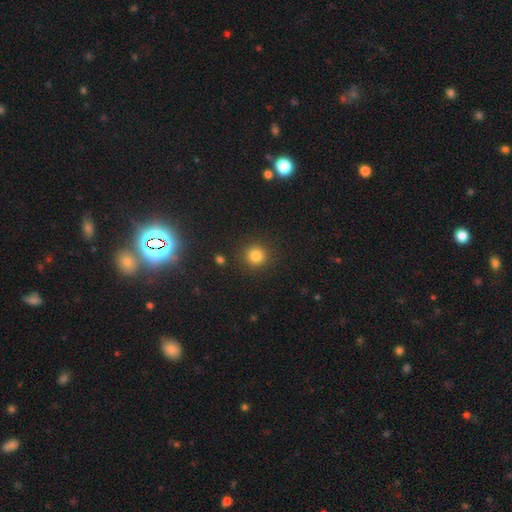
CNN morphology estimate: A smooth galaxy with no disk features (82%) that is round (92%).

Vote fractions:
- Smooth or featured? smooth: 82% / star or artifact: 13% / featured or disk: 5%
- How rounded? round: 92% / in between: 7% / cigar-shaped: 1%
- Merging? none: 89% / minor disturbance: 6% / major disturbance: 3% / merger: 2%